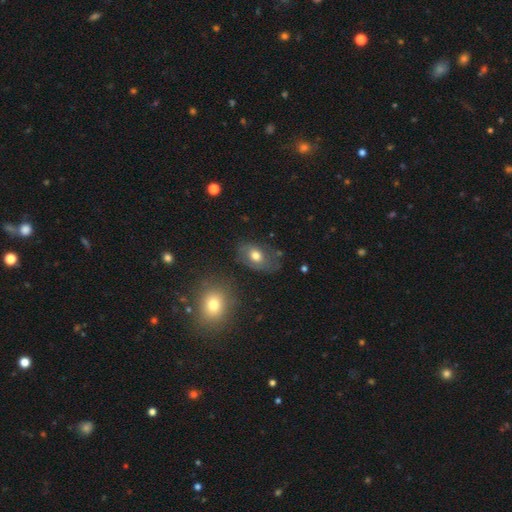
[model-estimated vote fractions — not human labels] This appears to be a smooth galaxy with no disk features (61%) that is in between round and cigar-shaped (79%). Merging: none (63%).